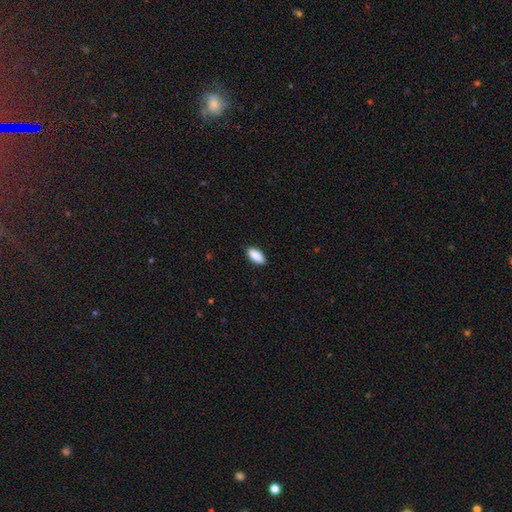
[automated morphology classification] smooth_or_featured: smooth (p=0.90) [alt: star or artifact p=0.06]
how_rounded: in between (p=0.88) [alt: cigar-shaped p=0.10]
merging: none (p=0.87) [alt: minor disturbance p=0.10]